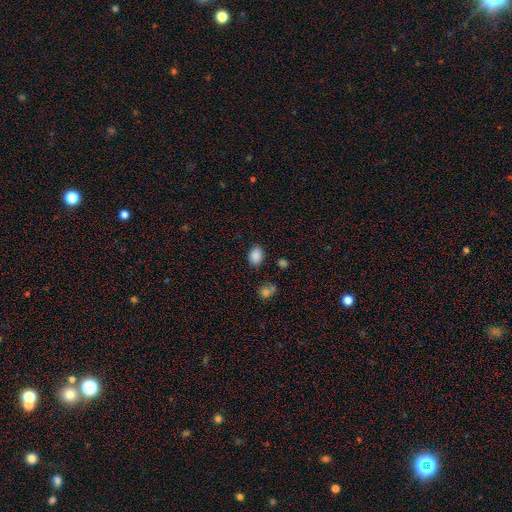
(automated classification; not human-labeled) smooth 87%, star or artifact 10%, featured or disk 4%. Down the decision tree: how rounded — in between (69%); merging — none (82%).